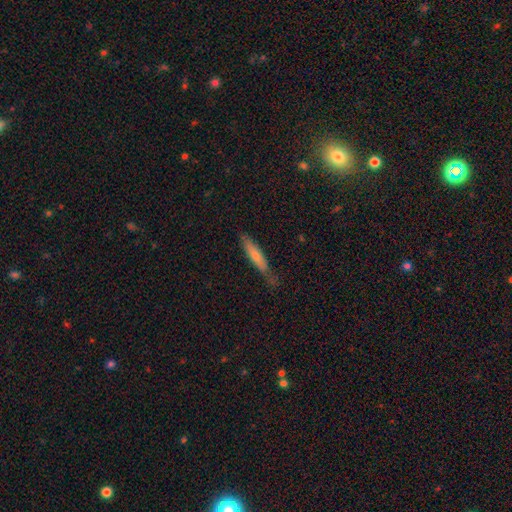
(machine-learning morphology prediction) The model was most divided on "smooth or featured": smooth: 67%, featured or disk: 27%, star or artifact: 6%. More confident: how rounded — cigar-shaped (85%); merging — none (69%).